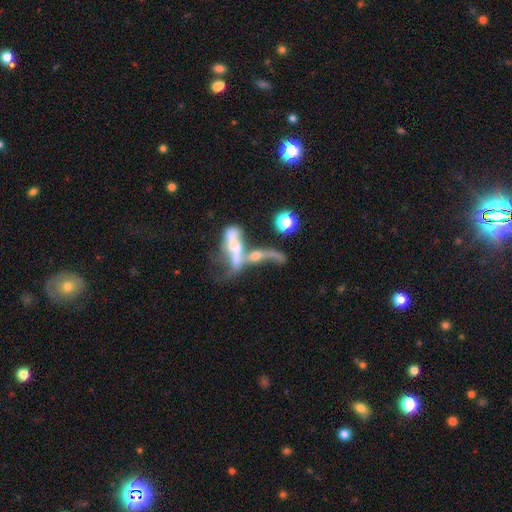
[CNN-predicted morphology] This appears to be a featured or disk galaxy (58%). Merging: merger (65%).